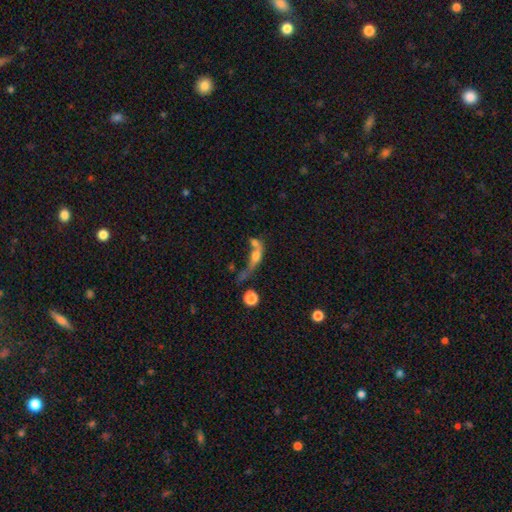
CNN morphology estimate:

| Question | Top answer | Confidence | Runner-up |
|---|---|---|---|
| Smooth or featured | smooth | 50% | featured or disk (36%) |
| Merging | merger | 49% | major disturbance (23%) |